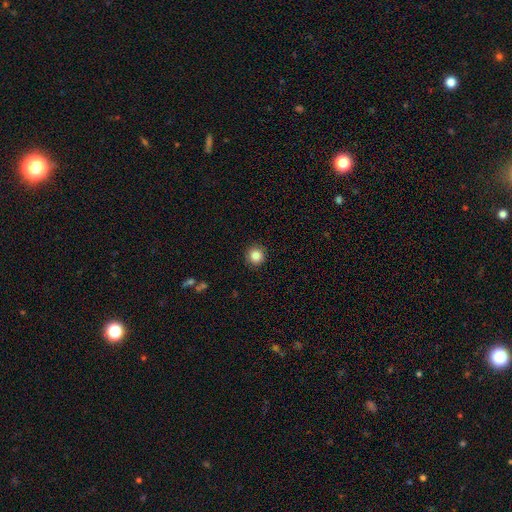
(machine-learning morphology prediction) A smooth galaxy with no disk features (86%) that is round (94%).

Vote fractions:
- Smooth or featured? smooth: 86% / star or artifact: 10% / featured or disk: 4%
- How rounded? round: 94% / in between: 5% / cigar-shaped: 1%
- Merging? none: 91% / minor disturbance: 6% / major disturbance: 2% / merger: 1%